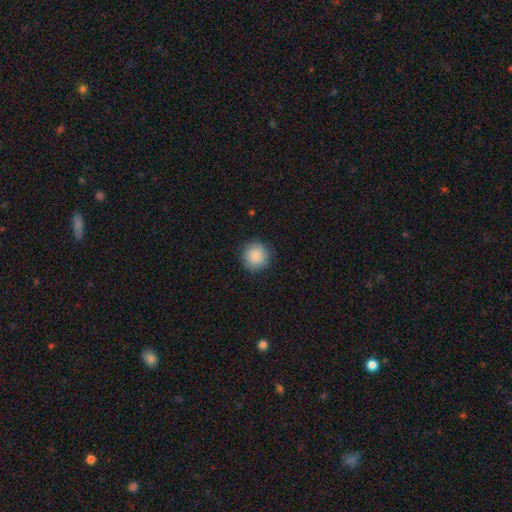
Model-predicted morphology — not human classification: smooth_or_featured: smooth (p=0.88) [alt: star or artifact p=0.08]
how_rounded: round (p=0.94) [alt: in between p=0.05]
merging: none (p=0.89) [alt: minor disturbance p=0.08]